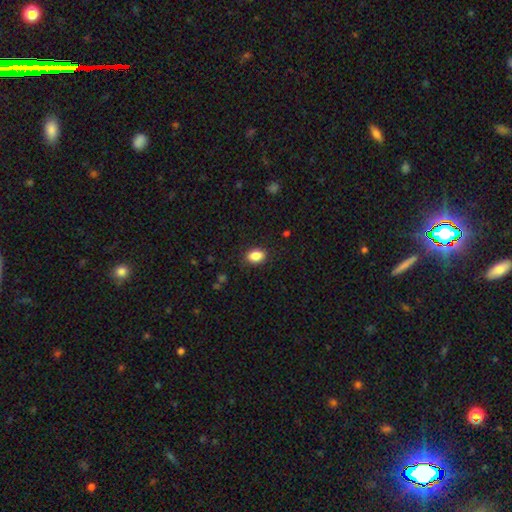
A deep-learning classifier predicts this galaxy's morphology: Smooth or featured?
  - smooth: 88% *
  - star or artifact: 8%
  - featured or disk: 4%
How rounded?
  - in between: 85% *
  - round: 14%
  - cigar-shaped: 2%
Merging?
  - none: 87% *
  - minor disturbance: 10%
  - major disturbance: 2%
  - merger: 1%